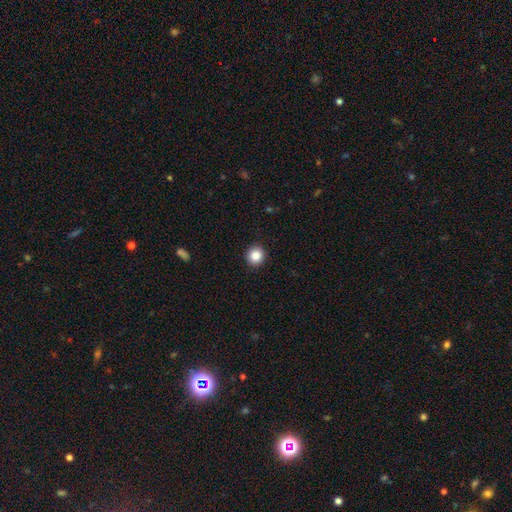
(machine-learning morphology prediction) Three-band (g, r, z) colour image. It shows a smooth galaxy with no disk features (87%) that is round (92%). Merging: none (92%).